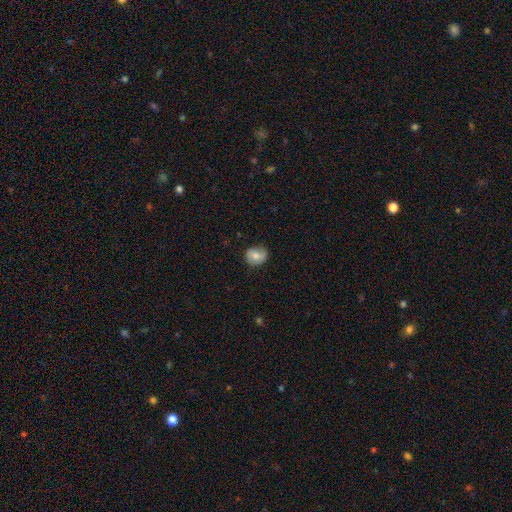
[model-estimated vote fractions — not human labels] This is likely a smooth galaxy (69%). How rounded: likely round (73%). Merging: likely none (74%).